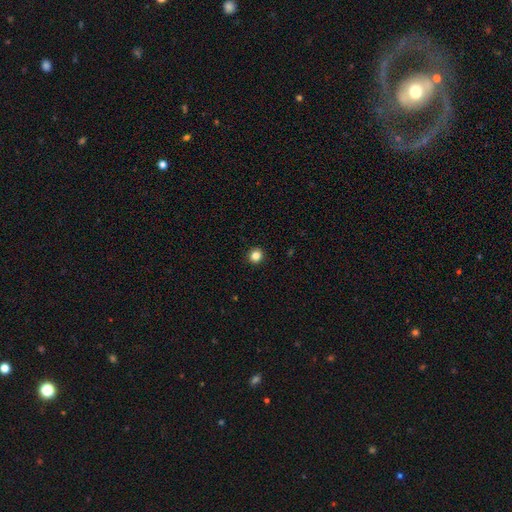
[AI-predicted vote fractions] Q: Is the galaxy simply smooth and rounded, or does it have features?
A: smooth — 84%.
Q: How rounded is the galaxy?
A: round — 91%.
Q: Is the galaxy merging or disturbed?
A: none — 93%.